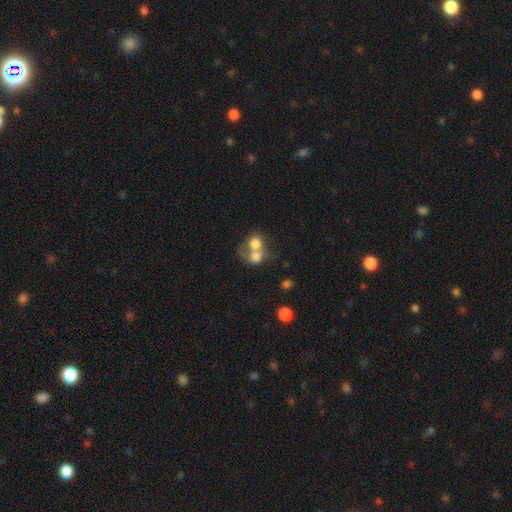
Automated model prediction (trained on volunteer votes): Smooth or featured?
  - smooth: 68% *
  - featured or disk: 22%
  - star or artifact: 10%
How rounded?
  - round: 67% *
  - in between: 32%
  - cigar-shaped: 1%
Merging?
  - merger: 75% *
  - none: 14%
  - major disturbance: 7%
  - minor disturbance: 5%